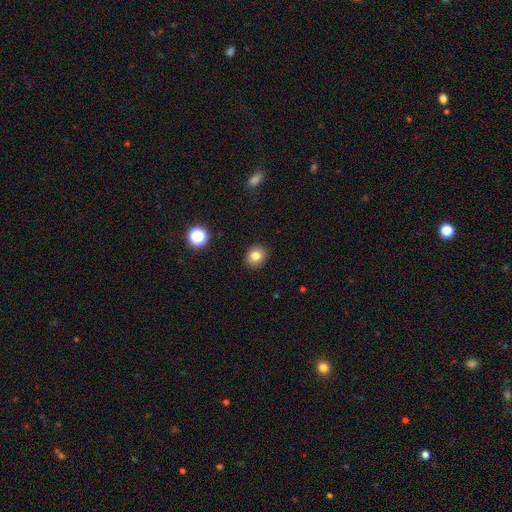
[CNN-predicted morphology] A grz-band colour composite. It shows a smooth galaxy with no disk features (80%) that is round (71%). Merging: none (90%).